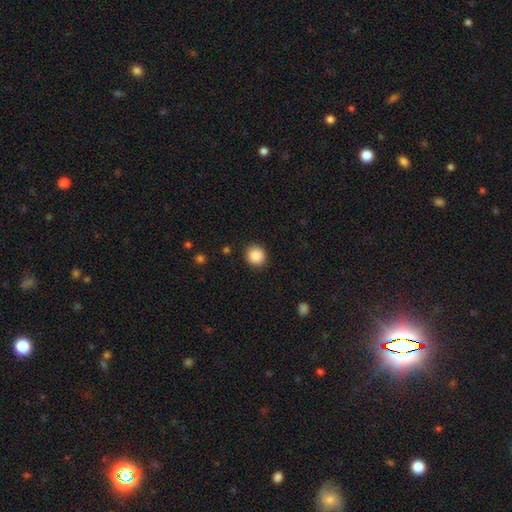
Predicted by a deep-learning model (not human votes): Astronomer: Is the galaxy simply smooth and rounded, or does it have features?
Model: smooth — 89%.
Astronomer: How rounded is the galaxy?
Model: round — 89%.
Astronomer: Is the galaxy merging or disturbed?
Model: none — 90%.